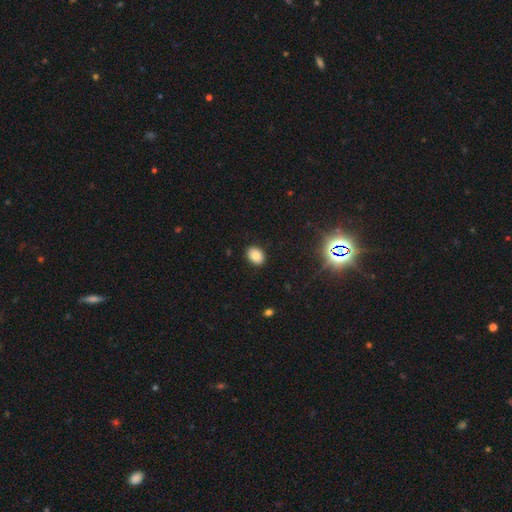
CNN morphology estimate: type=smooth (82%); roundness=in between (75%); merging=none (89%).